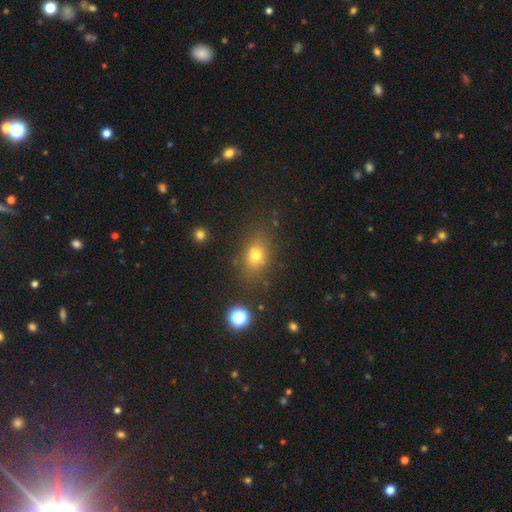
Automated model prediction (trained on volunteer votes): Overall: smooth (71%). How rounded: in between (68%; round 28%). Merging: none (78%).